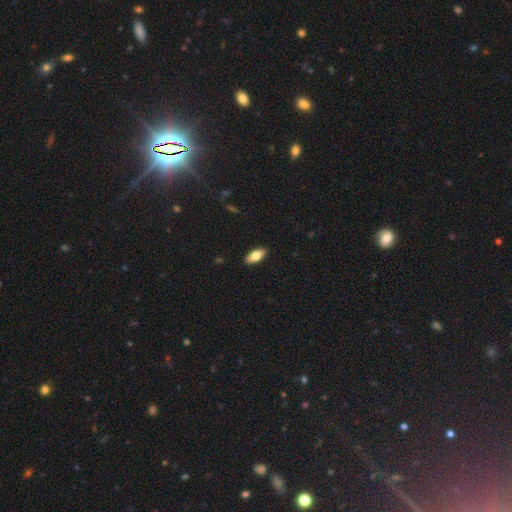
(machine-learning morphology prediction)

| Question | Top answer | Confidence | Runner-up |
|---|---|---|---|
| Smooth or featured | smooth | 76% | featured or disk (17%) |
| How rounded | in between | 85% | cigar-shaped (12%) |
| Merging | none | 90% | minor disturbance (8%) |